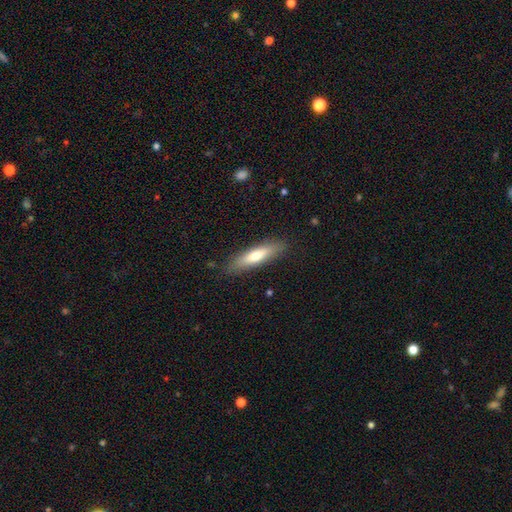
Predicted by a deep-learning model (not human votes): smooth-or-featured: smooth: 69% | featured or disk: 25% | star or artifact: 6%
  how-rounded: cigar-shaped: 73% | in between: 25% | round: 2%
  merging: none: 86% | minor disturbance: 10% | major disturbance: 2% | merger: 1%